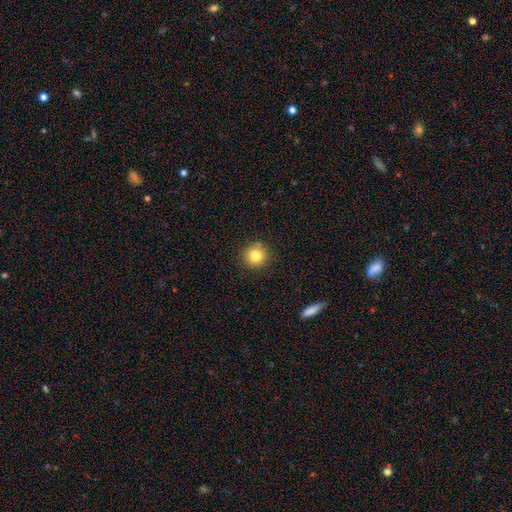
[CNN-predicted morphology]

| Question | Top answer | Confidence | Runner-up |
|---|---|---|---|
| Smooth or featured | smooth | 81% | star or artifact (11%) |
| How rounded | round | 93% | in between (6%) |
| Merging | none | 86% | minor disturbance (9%) |